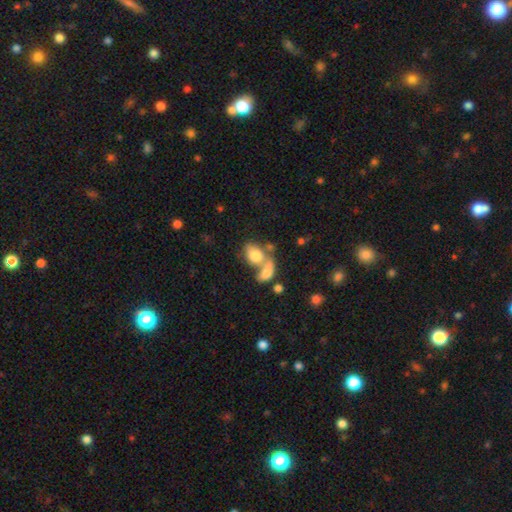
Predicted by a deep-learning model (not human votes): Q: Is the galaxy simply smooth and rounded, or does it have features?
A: smooth — 73%.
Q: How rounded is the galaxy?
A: in between — 76%.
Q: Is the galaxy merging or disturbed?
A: merger — 61%.